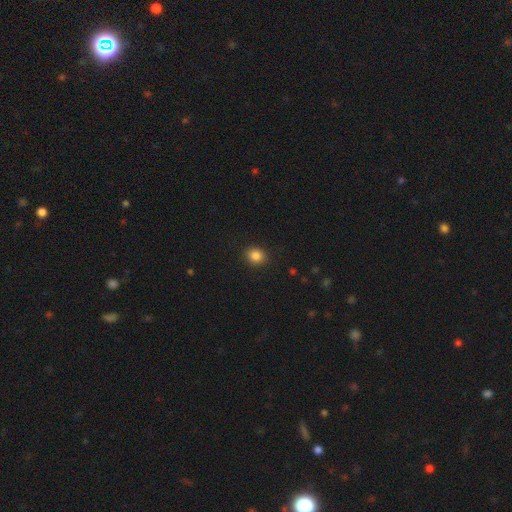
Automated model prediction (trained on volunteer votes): A smooth galaxy with no disk features (85%) that is round (73%). Merging: none (90%).